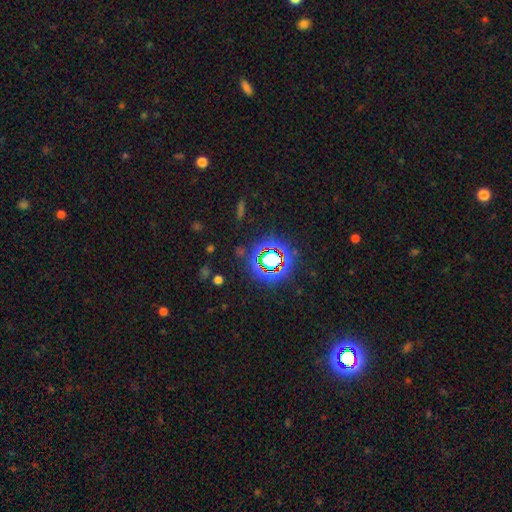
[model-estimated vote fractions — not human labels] Smooth or featured? star or artifact (77%)